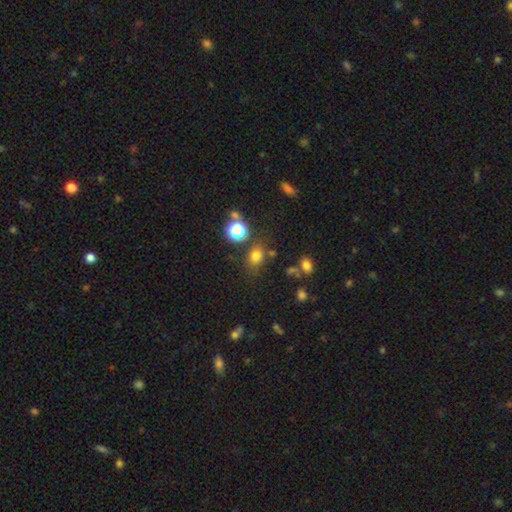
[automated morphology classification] The model was most divided on "how rounded": in between: 53%, round: 46%, cigar-shaped: 1%. More confident: smooth or featured — smooth (73%); merging — none (73%).